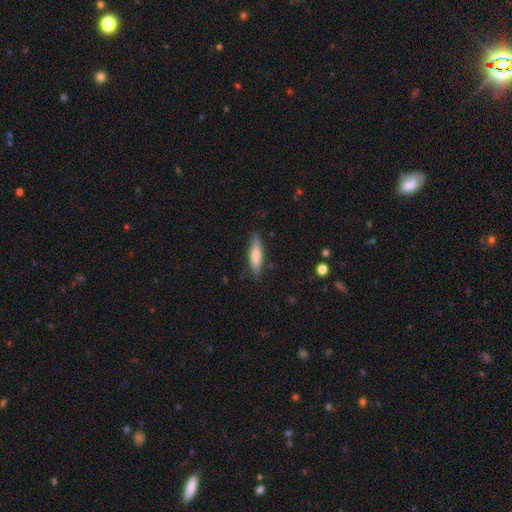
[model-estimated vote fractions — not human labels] smooth 75%, featured or disk 19%, star or artifact 6%. Down the decision tree: how rounded — cigar-shaped (69%); merging — none (81%).